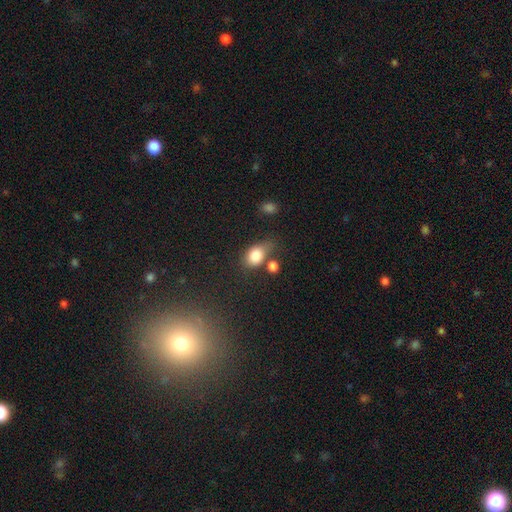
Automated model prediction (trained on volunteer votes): Q: Smooth or featured?
A: smooth (82%); runner-up: star or artifact (9%)
Q: How rounded?
A: in between (72%); runner-up: round (26%)
Q: Merging?
A: none (44%); runner-up: minor disturbance (24%)